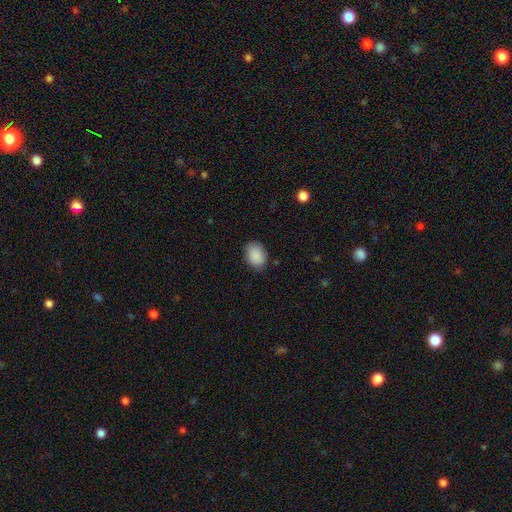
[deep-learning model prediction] Morphology: type=smooth (89%); roundness=in between (70%); merging=none (81%).